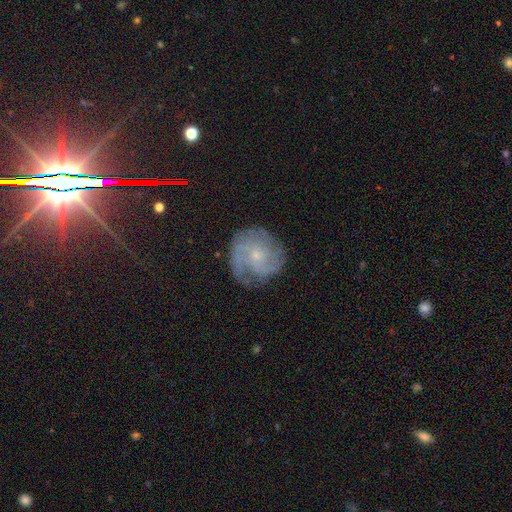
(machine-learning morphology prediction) This appears to be a featured or disk galaxy (76%) with no bar (76%), tight (54%) spiral arms (94%) and a small central bulge (78%). Merging: none (73%).